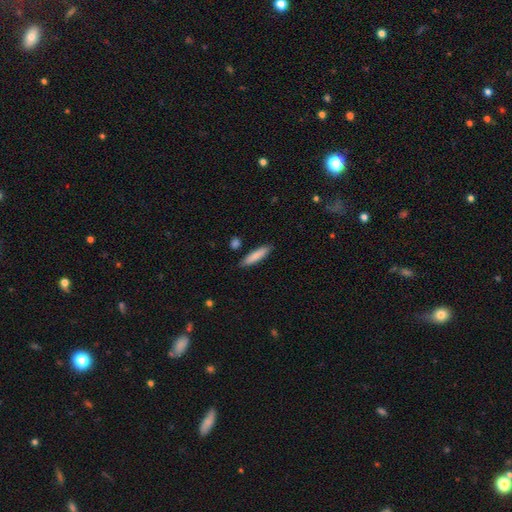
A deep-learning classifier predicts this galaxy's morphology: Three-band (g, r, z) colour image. It shows a smooth galaxy with no disk features (84%) that is cigar-shaped (79%). Merging: none (86%).